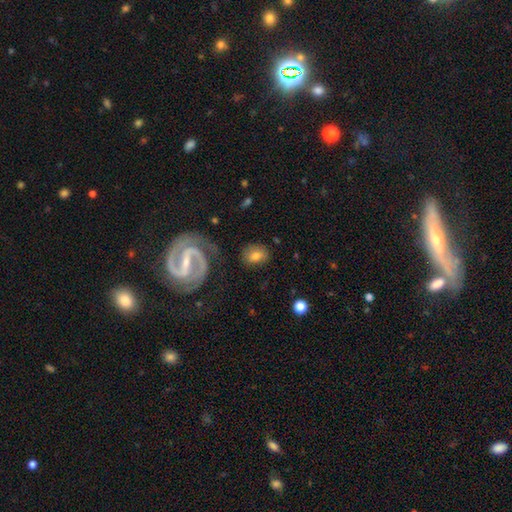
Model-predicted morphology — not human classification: This is likely a smooth galaxy (63%). How rounded: likely in between (61%). Merging: likely none (76%).